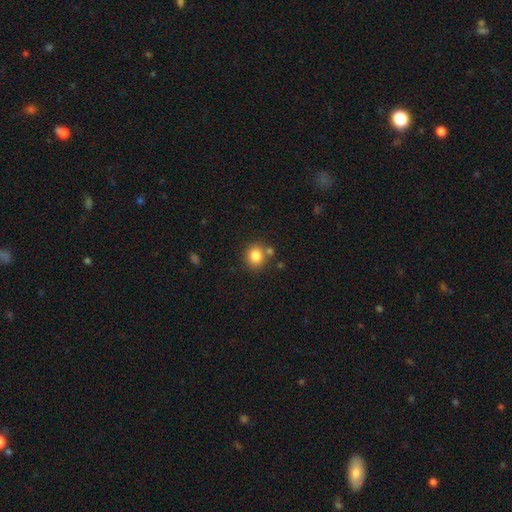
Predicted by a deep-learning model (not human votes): A smooth galaxy with no disk features (83%) that is round (81%). Merging: none (74%).